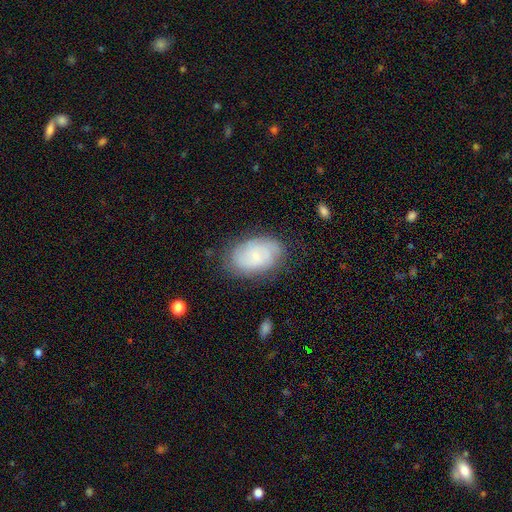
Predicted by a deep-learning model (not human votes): smooth_or_featured: featured or disk (p=0.55) [alt: smooth p=0.37]
disk_edge_on: no (p=0.96) [alt: yes p=0.04]
bar: no (p=0.73) [alt: weak p=0.24]
has_spiral_arms: yes (p=0.88) [alt: no p=0.12]
bulge_size: small (p=0.74) [alt: moderate p=0.16]
merging: none (p=0.77) [alt: minor disturbance p=0.17]